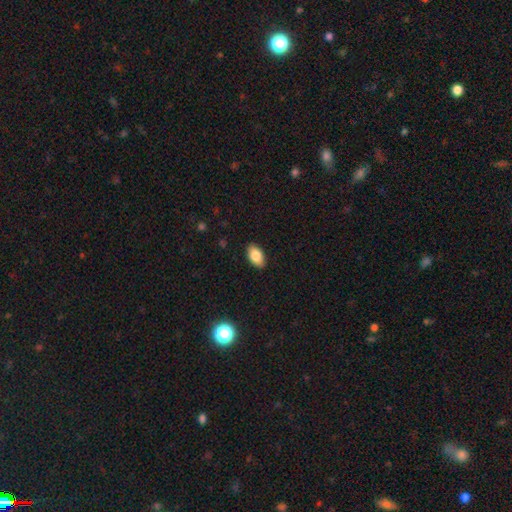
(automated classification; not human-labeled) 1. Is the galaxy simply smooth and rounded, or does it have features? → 84% smooth, 8% featured or disk, 8% star or artifact.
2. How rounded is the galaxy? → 93% in between, 5% round, 2% cigar-shaped.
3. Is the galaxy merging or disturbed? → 89% none, 8% minor disturbance, 2% major disturbance, 1% merger.